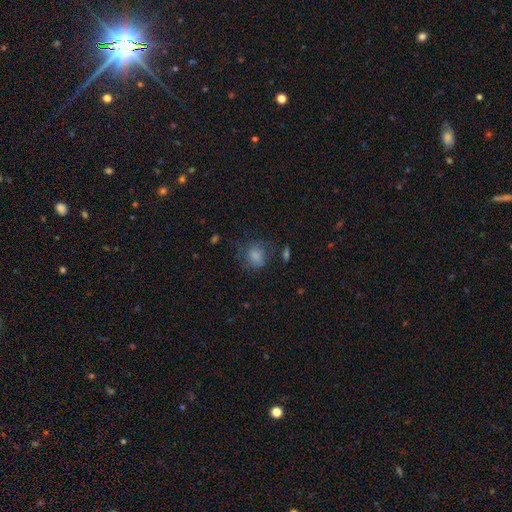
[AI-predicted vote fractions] smooth-or-featured: smooth: 79% | star or artifact: 10% | featured or disk: 10%
  how-rounded: round: 70% | in between: 29% | cigar-shaped: 1%
  merging: none: 60% | minor disturbance: 23% | major disturbance: 14% | merger: 3%